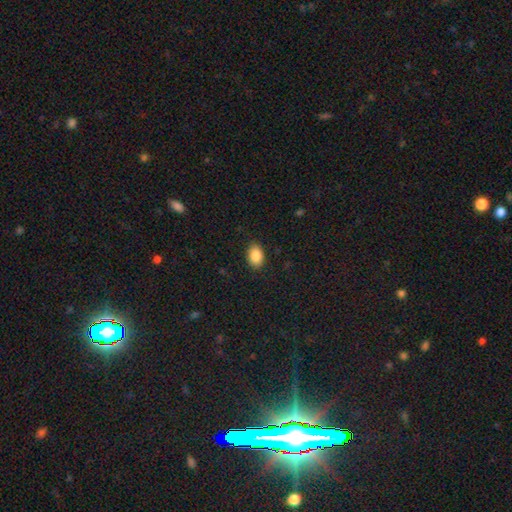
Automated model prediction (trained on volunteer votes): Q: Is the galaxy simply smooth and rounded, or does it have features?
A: smooth — 88%.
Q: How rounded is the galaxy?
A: in between — 85%.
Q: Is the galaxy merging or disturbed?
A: none — 87%.